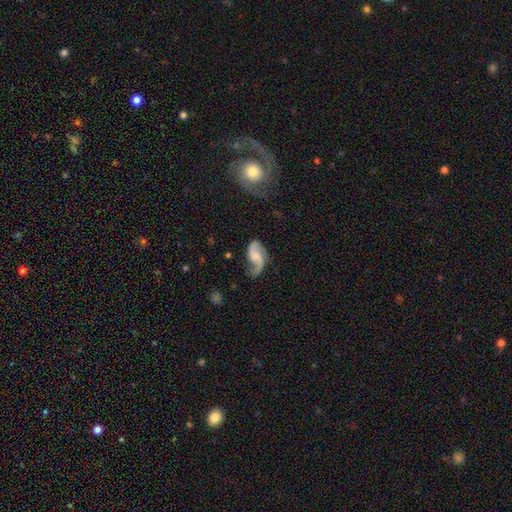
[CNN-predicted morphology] A featured or disk galaxy (81%) with no bar (50%), 2 (90%) loose (61%) spiral arms (96%) and no central bulge (33%).

Vote fractions:
- Smooth or featured? featured or disk: 81% / smooth: 13% / star or artifact: 6%
- Edge-on disk? no: 97% / yes: 3%
- Bar? no: 50% / weak: 39% / strong: 11%
- Spiral arms? yes: 96% / no: 4%
- Spiral winding? loose: 61% / medium: 31% / tight: 8%
- Spiral arm count? 2: 90% / 1: 4% / can't tell: 3% / 3: 1% / 4: 1% / more than 4: 1%
- Bulge size? none: 33% / moderate: 28% / small: 28% / large: 9% / dominant: 2%
- Merging? none: 64% / minor disturbance: 22% / major disturbance: 12% / merger: 2%